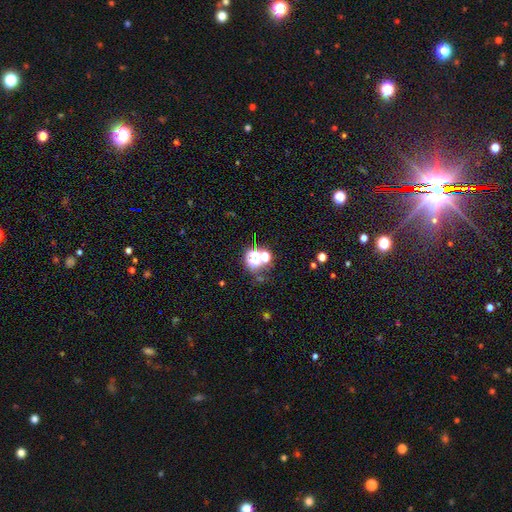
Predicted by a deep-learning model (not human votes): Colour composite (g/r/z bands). It shows a star or artifact, not a galaxy (58%).